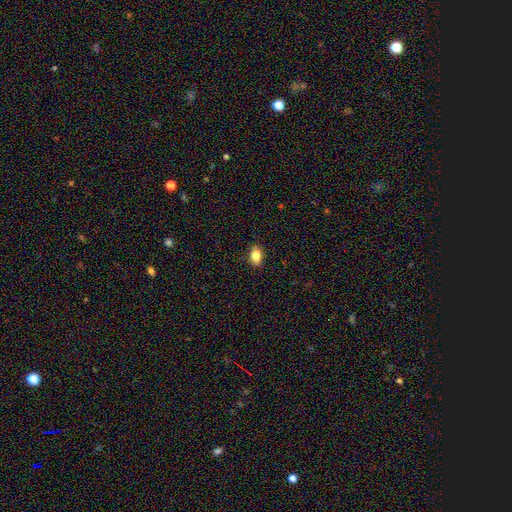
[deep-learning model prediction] Q: Smooth or featured?
A: smooth (82%); runner-up: featured or disk (9%)
Q: How rounded?
A: in between (83%); runner-up: round (14%)
Q: Merging?
A: none (88%); runner-up: minor disturbance (10%)